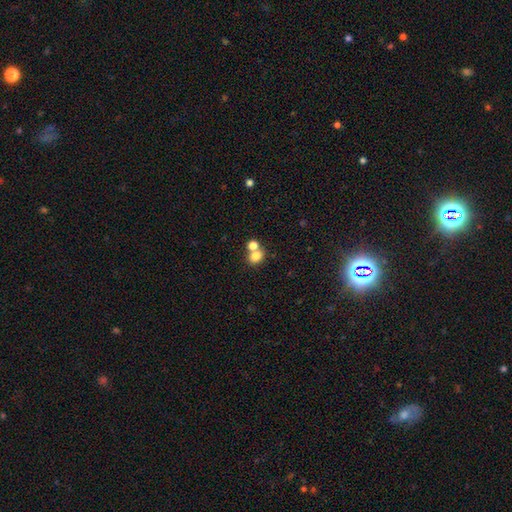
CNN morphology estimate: Overall: smooth (79%). How rounded: in between (50%; round 49%). Merging: merger (45%; none 44%).